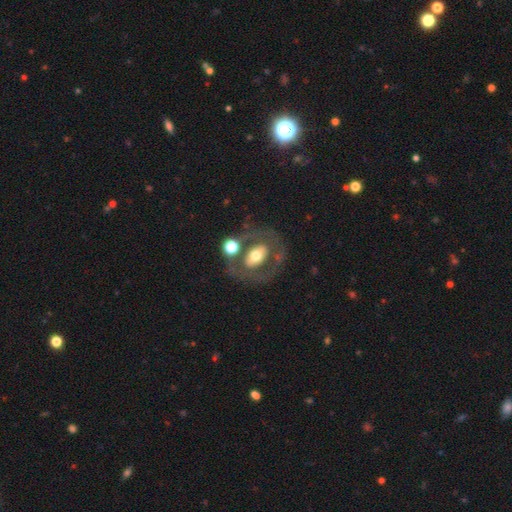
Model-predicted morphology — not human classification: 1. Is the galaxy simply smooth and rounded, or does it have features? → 56% featured or disk, 36% smooth, 8% star or artifact.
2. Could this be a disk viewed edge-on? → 94% no, 6% yes.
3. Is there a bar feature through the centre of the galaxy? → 65% no, 20% weak, 15% strong.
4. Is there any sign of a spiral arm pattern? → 77% no, 23% yes.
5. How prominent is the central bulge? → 63% moderate, 22% large, 12% small, 2% dominant, 2% none.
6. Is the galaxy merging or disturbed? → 61% none, 15% minor disturbance, 13% merger, 12% major disturbance.